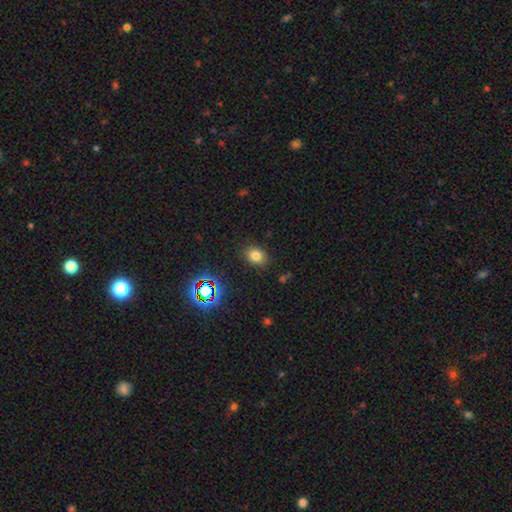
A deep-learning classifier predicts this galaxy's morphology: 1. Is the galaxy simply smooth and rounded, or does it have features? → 75% smooth, 17% star or artifact, 8% featured or disk.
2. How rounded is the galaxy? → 62% in between, 37% round, 1% cigar-shaped.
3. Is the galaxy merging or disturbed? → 86% none, 10% minor disturbance, 3% major disturbance, 1% merger.